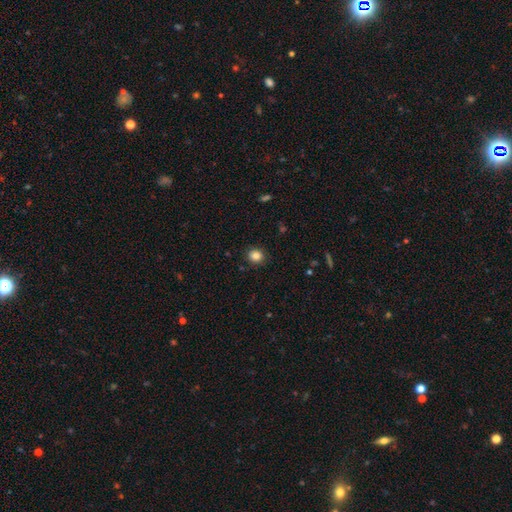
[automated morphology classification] Smooth or featured?
  - smooth: 85% *
  - star or artifact: 11%
  - featured or disk: 4%
How rounded?
  - round: 76% *
  - in between: 23%
  - cigar-shaped: 1%
Merging?
  - none: 89% *
  - minor disturbance: 8%
  - major disturbance: 2%
  - merger: 1%